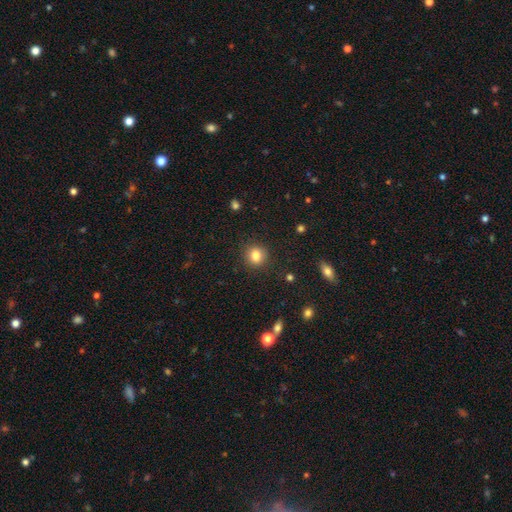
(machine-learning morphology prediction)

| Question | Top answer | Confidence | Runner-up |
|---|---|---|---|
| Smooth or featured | smooth | 83% | star or artifact (11%) |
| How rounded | round | 84% | in between (15%) |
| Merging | none | 89% | minor disturbance (7%) |